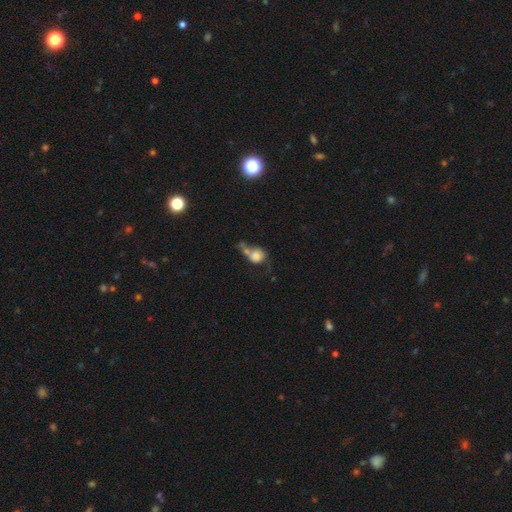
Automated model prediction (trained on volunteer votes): smooth-or-featured: smooth: 70% | featured or disk: 19% | star or artifact: 11%
  how-rounded: round: 74% | in between: 25% | cigar-shaped: 2%
  merging: merger: 42% | none: 24% | major disturbance: 20% | minor disturbance: 15%